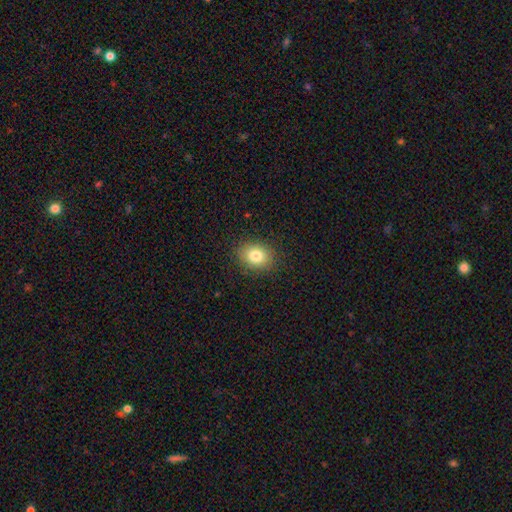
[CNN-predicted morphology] Smooth or featured? smooth (81%)
How rounded? in between (57%)
Merging? none (88%)